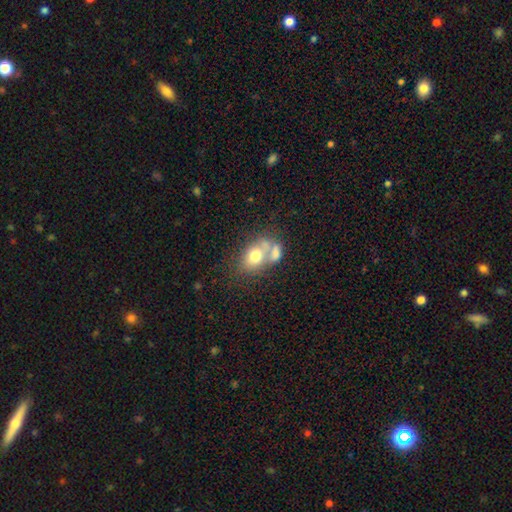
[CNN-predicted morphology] smooth_or_featured: smooth (p=0.68) [alt: featured or disk p=0.23]
how_rounded: in between (p=0.72) [alt: round p=0.26]
merging: merger (p=0.49) [alt: none p=0.28]